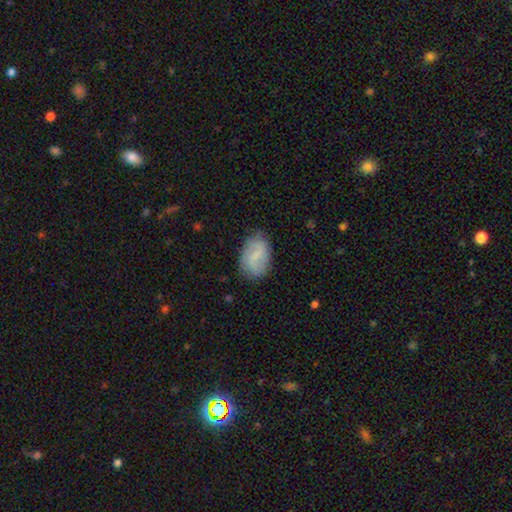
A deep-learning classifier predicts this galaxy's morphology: Smooth or featured: smooth — 56% (featured or disk — 37%)
How rounded: in between — 88% (round — 11%)
Merging: none — 77% (minor disturbance — 17%)